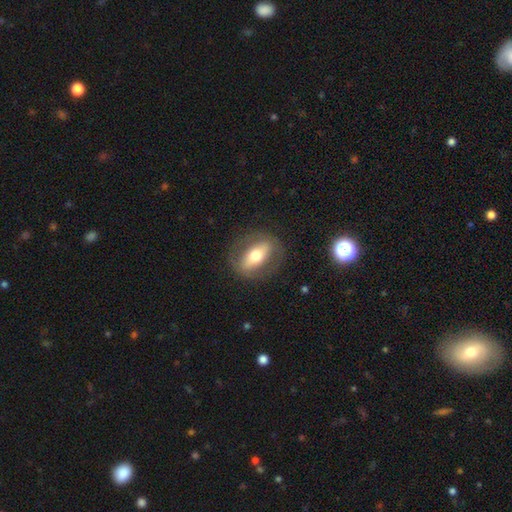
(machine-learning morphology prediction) featured or disk 52%, smooth 42%, star or artifact 6%. Down the decision tree: edge-on disk — no (69%); merging — none (81%).